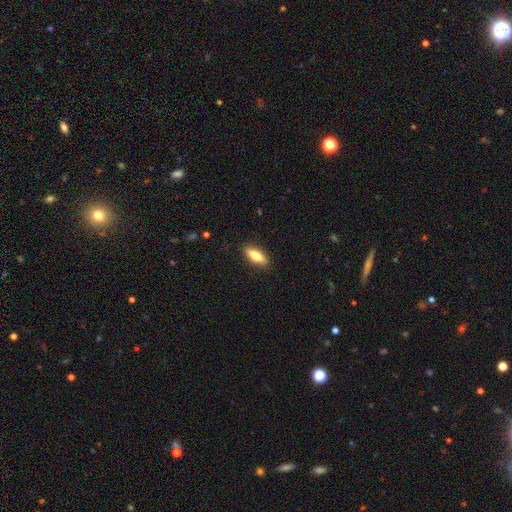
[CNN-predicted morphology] smooth-or-featured: smooth: 78% | featured or disk: 16% | star or artifact: 6%
  how-rounded: in between: 63% | cigar-shaped: 35% | round: 2%
  merging: none: 88% | minor disturbance: 9% | major disturbance: 2% | merger: 1%